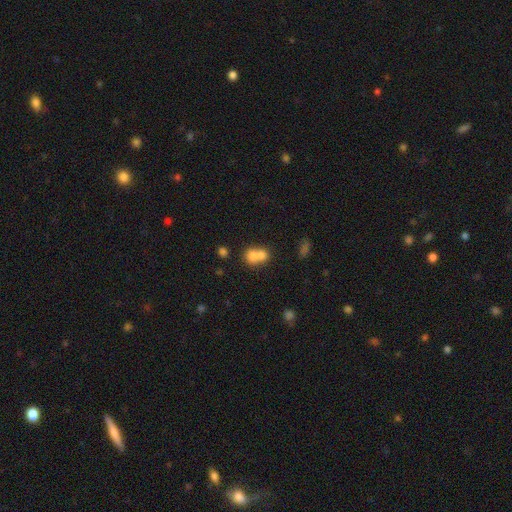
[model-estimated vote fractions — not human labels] smooth 74%, featured or disk 16%, star or artifact 10%. Down the decision tree: how rounded — round (69%); merging — merger (67%).